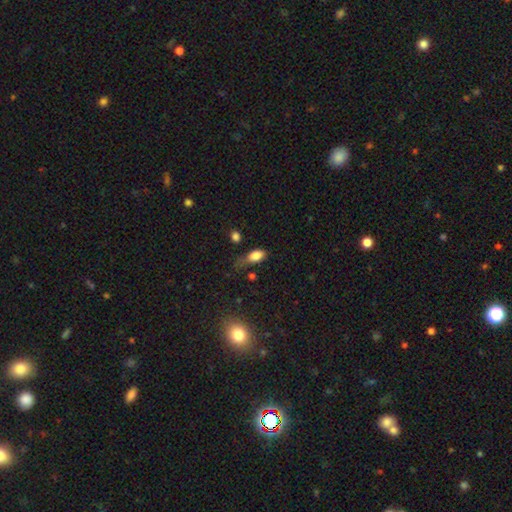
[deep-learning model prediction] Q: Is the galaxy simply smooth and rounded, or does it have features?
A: smooth — 80%.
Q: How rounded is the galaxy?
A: in between — 86%.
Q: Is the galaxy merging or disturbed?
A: minor disturbance — 38%.